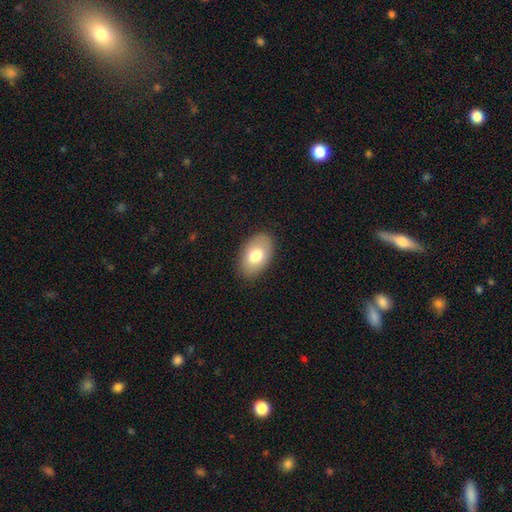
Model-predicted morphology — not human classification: This is likely a smooth galaxy (75%). How rounded: clearly in between (91%). Merging: clearly none (86%).